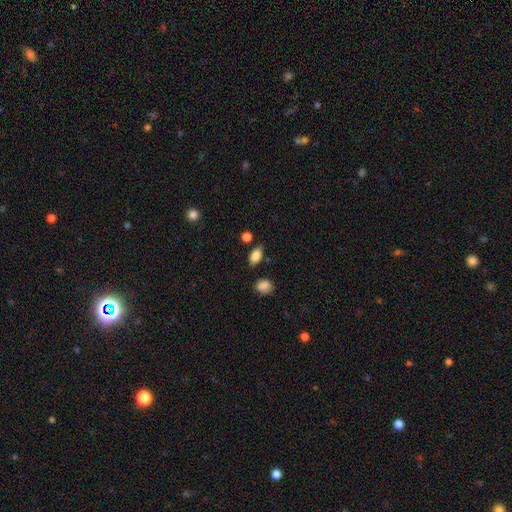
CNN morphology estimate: Overall: smooth (86%). How rounded: in between (89%). Merging: none (79%).